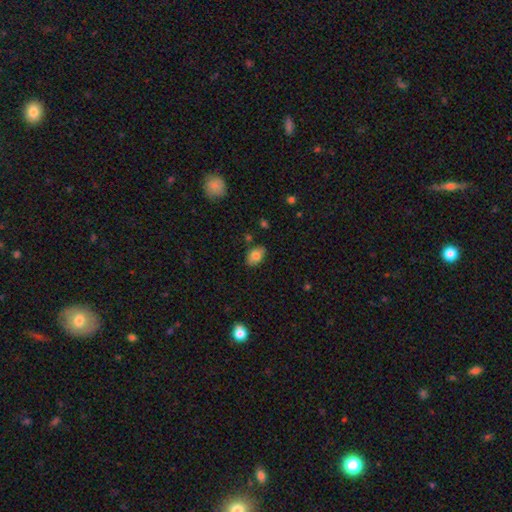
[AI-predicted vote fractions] Morphology: type=smooth (81%); roundness=in between (85%); merging=none (82%).